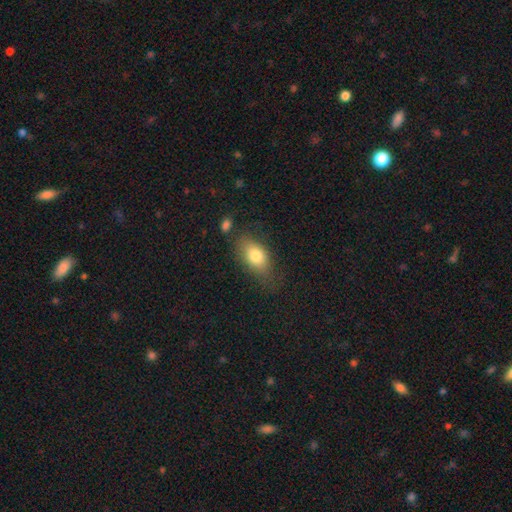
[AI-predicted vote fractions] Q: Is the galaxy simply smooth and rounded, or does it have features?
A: smooth — 77%.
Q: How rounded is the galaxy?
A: in between — 86%.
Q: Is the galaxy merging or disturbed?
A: none — 66%.